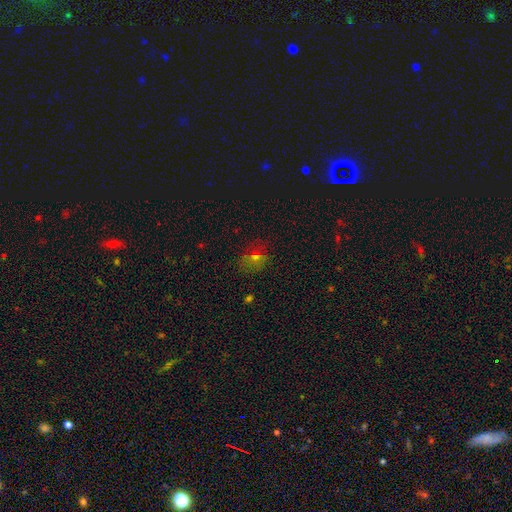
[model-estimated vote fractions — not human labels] This appears to be a smooth galaxy with no disk features (54%) that is round (52%). Merging: none (73%).